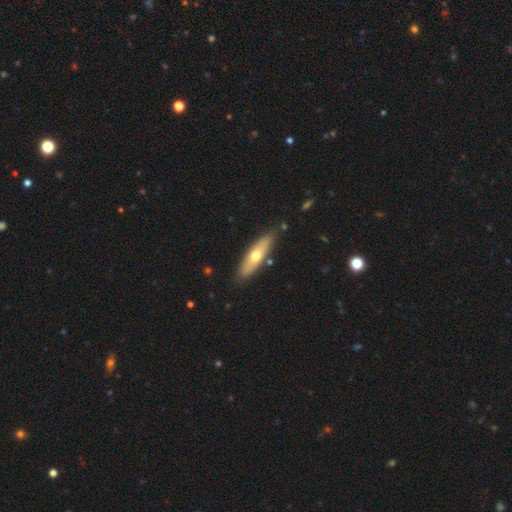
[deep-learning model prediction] This is possibly a smooth galaxy (54%). How rounded: likely cigar-shaped (61%). Merging: clearly none (82%).